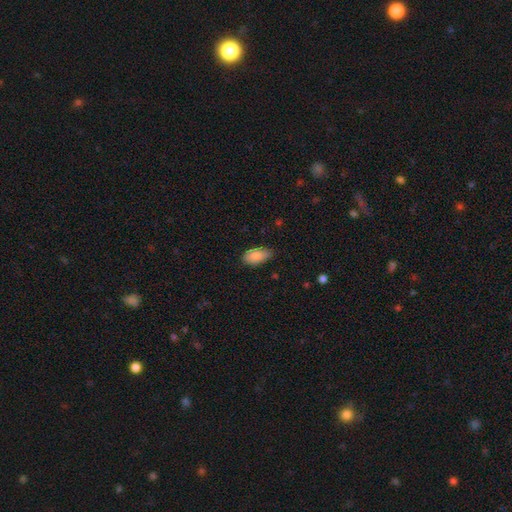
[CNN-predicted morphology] This appears to be a smooth galaxy with no disk features (87%) that is in between round and cigar-shaped (94%). Merging: none (71%).